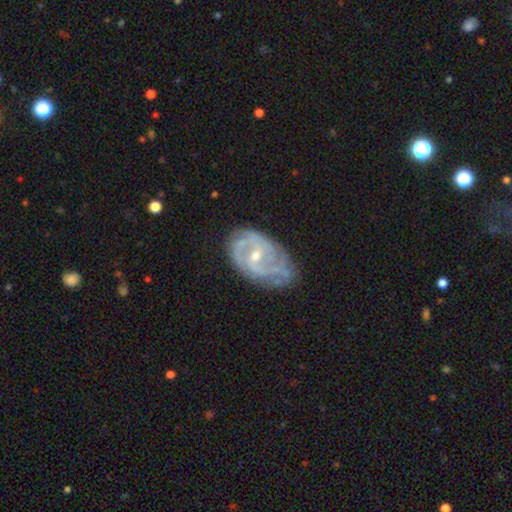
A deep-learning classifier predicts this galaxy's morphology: This appears to be a featured or disk galaxy (87%) with a weak bar (49%), 2 (53%) medium (44%) spiral arms (94%) and a small central bulge (57%). Merging: none (60%).